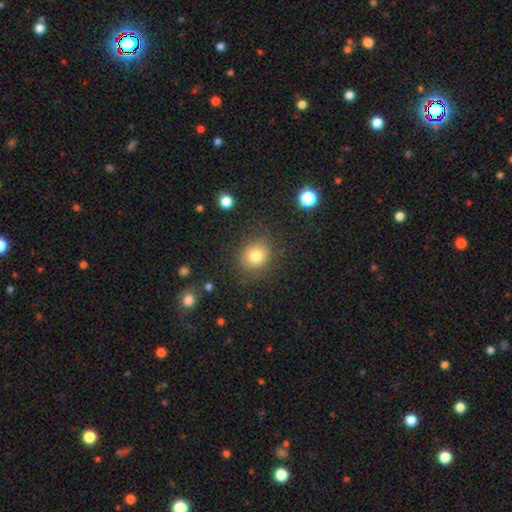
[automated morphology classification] Smooth or featured: smooth — 80% (star or artifact — 12%)
How rounded: round — 72% (in between — 27%)
Merging: none — 83% (minor disturbance — 11%)